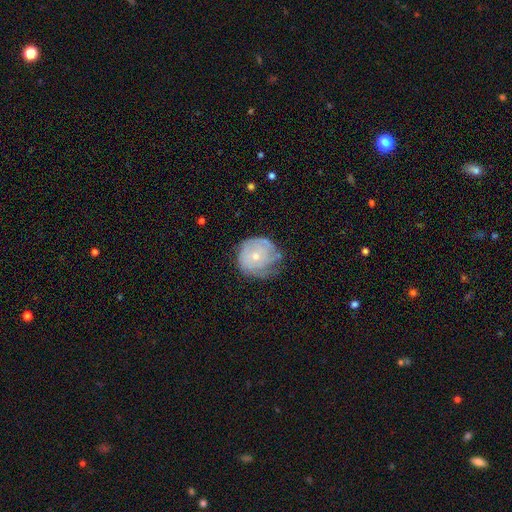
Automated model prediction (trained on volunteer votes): Smooth or featured? Predicted: featured or disk (p=0.60). Edge-on disk? Predicted: no (p=0.97). Bar? Predicted: no (p=0.85). Spiral arms? Predicted: yes (p=0.73). Bulge size? Predicted: small (p=0.62). Merging? Predicted: none (p=0.53).